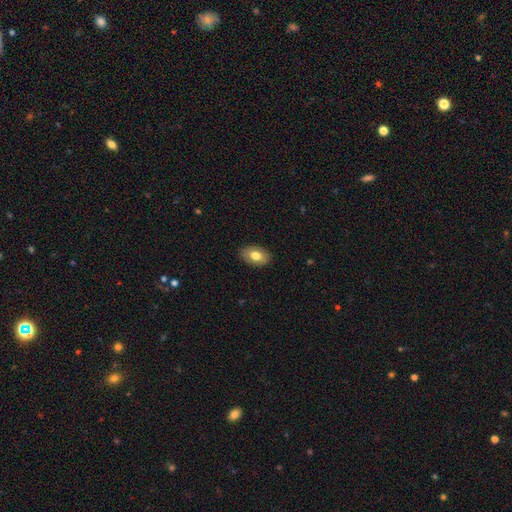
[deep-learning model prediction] A smooth galaxy with no disk features (74%) that is in between round and cigar-shaped (89%). Merging: none (86%).